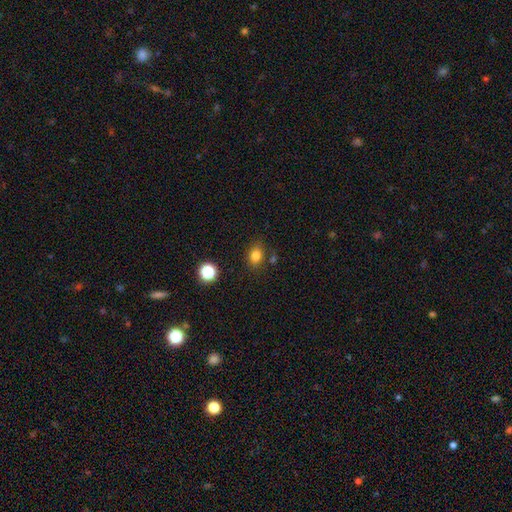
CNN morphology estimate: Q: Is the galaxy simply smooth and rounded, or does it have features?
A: smooth — 81%.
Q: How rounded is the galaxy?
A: in between — 56%.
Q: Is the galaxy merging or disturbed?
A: none — 77%.